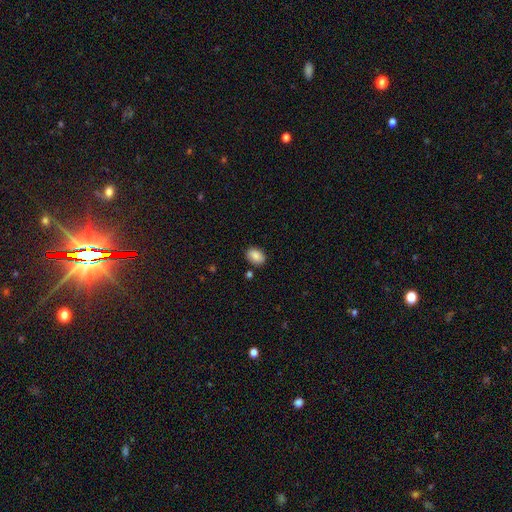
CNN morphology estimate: Q: Smooth or featured?
A: smooth (86%); runner-up: star or artifact (8%)
Q: How rounded?
A: in between (80%); runner-up: round (19%)
Q: Merging?
A: none (85%); runner-up: minor disturbance (10%)